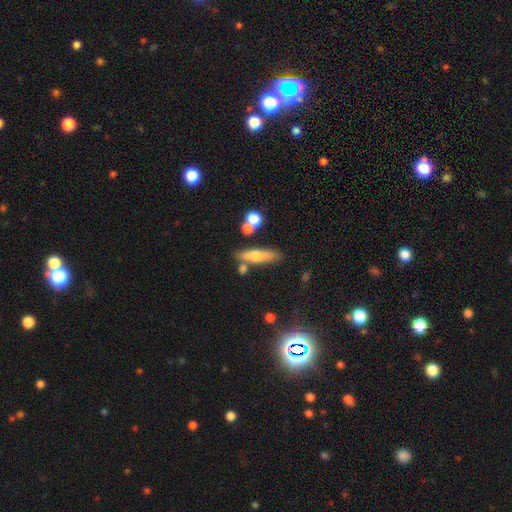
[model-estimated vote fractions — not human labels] Smooth or featured? smooth (60%)
How rounded? cigar-shaped (71%)
Merging? none (72%)